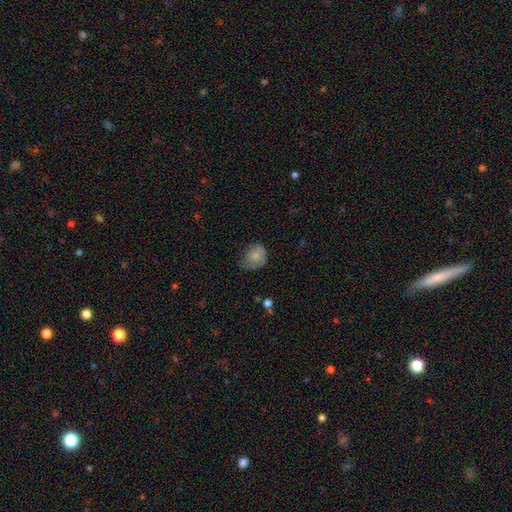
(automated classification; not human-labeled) Smooth or featured? Predicted: smooth (p=0.74). How rounded? Predicted: round (p=0.56). Merging? Predicted: none (p=0.45).